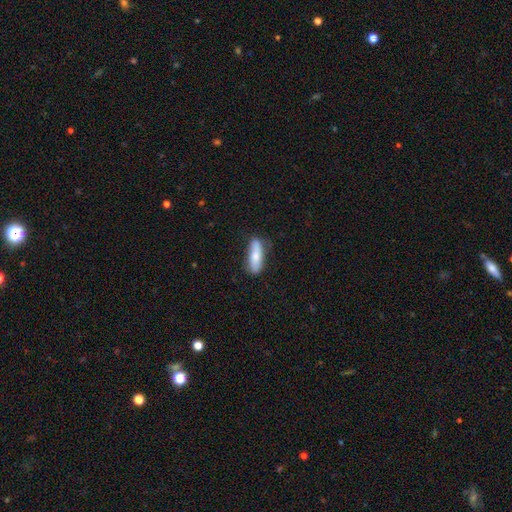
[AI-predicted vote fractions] smooth-or-featured: smooth: 73% | featured or disk: 21% | star or artifact: 6%
  how-rounded: cigar-shaped: 52% | in between: 45% | round: 2%
  merging: none: 78% | minor disturbance: 17% | major disturbance: 3% | merger: 2%